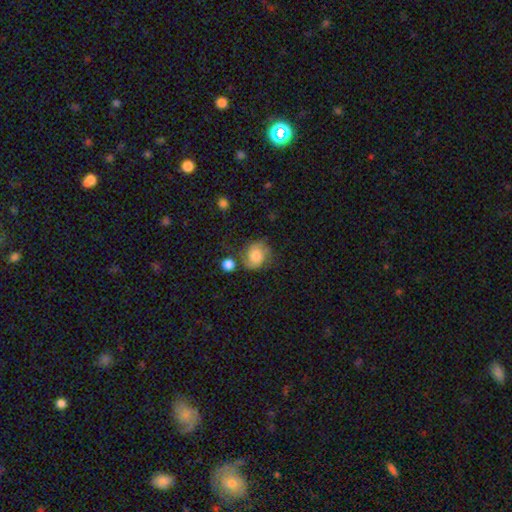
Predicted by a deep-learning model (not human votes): Smooth or featured? Predicted: featured or disk (p=0.45). Merging? Predicted: none (p=0.63).